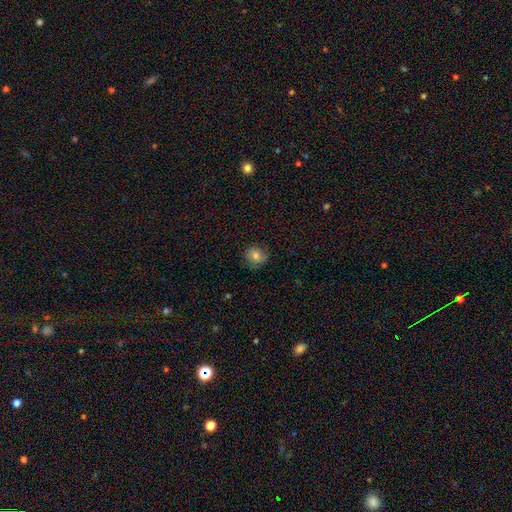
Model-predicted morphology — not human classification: This is likely a smooth galaxy (75%). How rounded: clearly round (82%). Merging: likely none (77%).